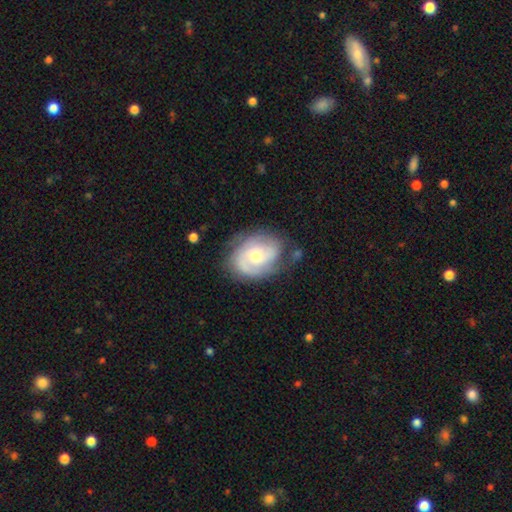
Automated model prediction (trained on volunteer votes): Overall: featured or disk (71%). Edge-on disk: no (97%). Bar: no (66%; weak 29%). Spiral arms: yes (86%). Spiral arm count: 2 (53%; can't tell 25%). Spiral winding: tight (48%; medium 37%). Bulge size: moderate (64%; small 29%). Merging: none (63%; minor disturbance 24%).